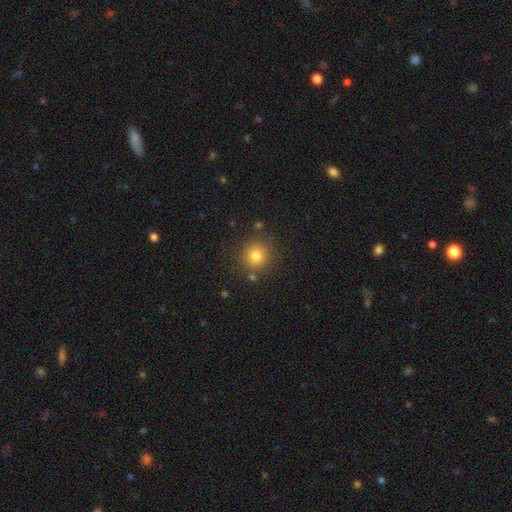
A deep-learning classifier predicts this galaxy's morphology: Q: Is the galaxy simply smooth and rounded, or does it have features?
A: smooth — 80%.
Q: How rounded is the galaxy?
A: round — 93%.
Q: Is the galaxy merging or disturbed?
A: none — 85%.